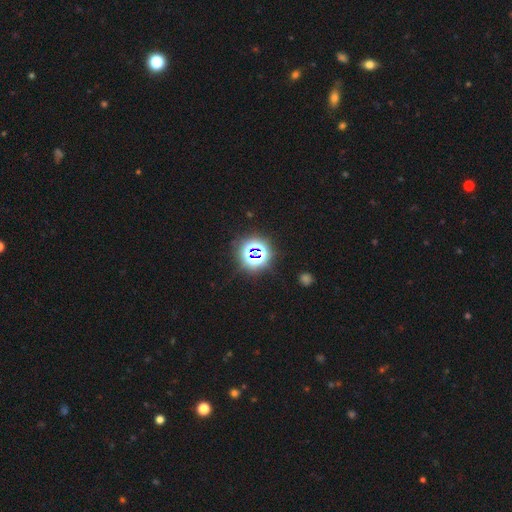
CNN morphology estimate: Smooth or featured: star or artifact — 76% (smooth — 16%)